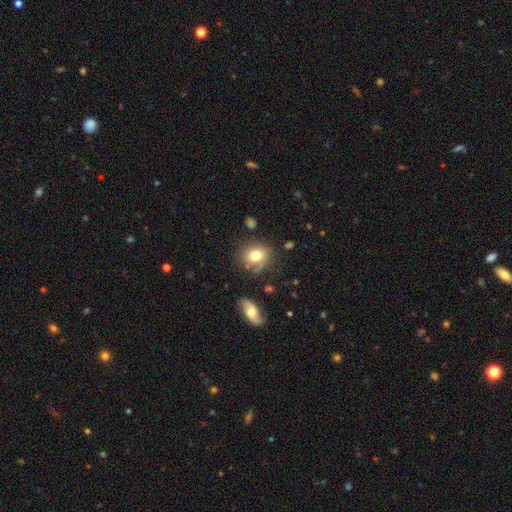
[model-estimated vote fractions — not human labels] The model was most divided on "how rounded": round: 62%, in between: 37%, cigar-shaped: 1%. More confident: smooth or featured — smooth (76%); merging — none (72%).